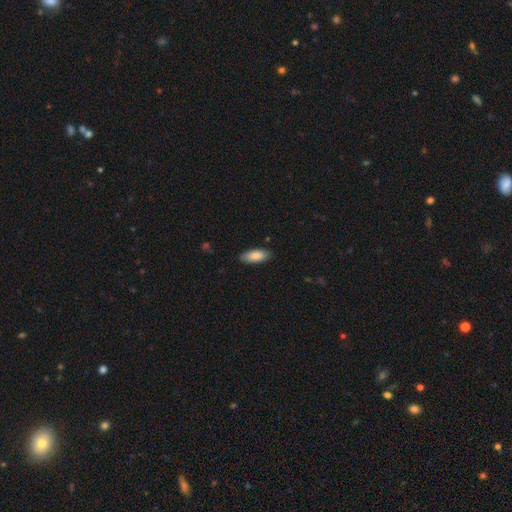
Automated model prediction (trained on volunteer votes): A smooth galaxy with no disk features (87%) that is in between round and cigar-shaped (80%). Merging: none (84%).